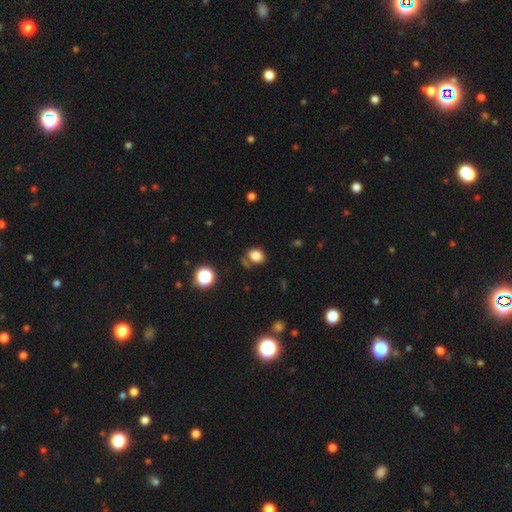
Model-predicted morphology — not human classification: smooth_or_featured: smooth (p=0.82) [alt: star or artifact p=0.13]
how_rounded: in between (p=0.50) [alt: round p=0.49]
merging: none (p=0.70) [alt: minor disturbance p=0.17]